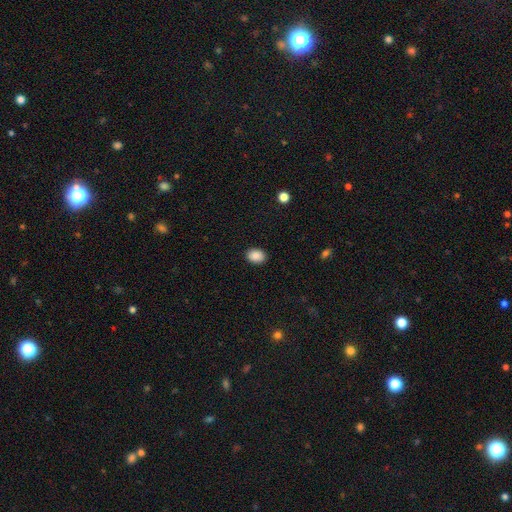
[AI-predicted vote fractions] Q: Smooth or featured?
A: smooth (89%); runner-up: star or artifact (8%)
Q: How rounded?
A: in between (68%); runner-up: round (31%)
Q: Merging?
A: none (90%); runner-up: minor disturbance (7%)